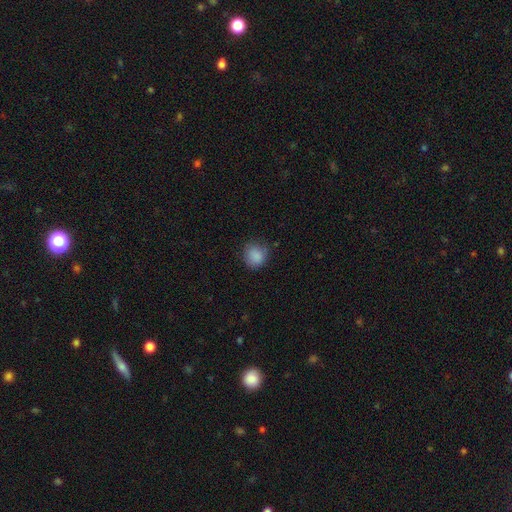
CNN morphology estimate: Overall: smooth (87%). How rounded: round (82%). Merging: none (75%).